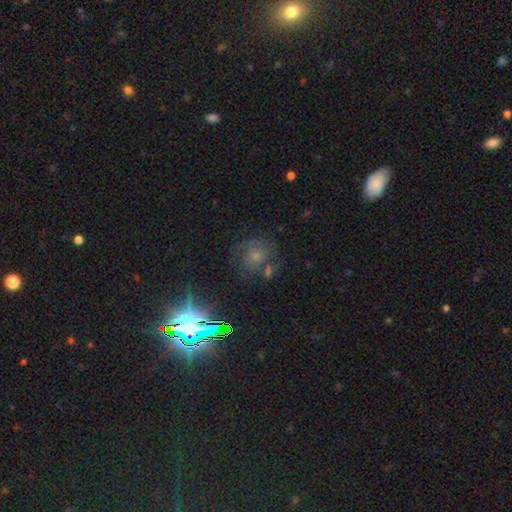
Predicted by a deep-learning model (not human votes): This appears to be a featured or disk galaxy (45%). Merging: none (61%).